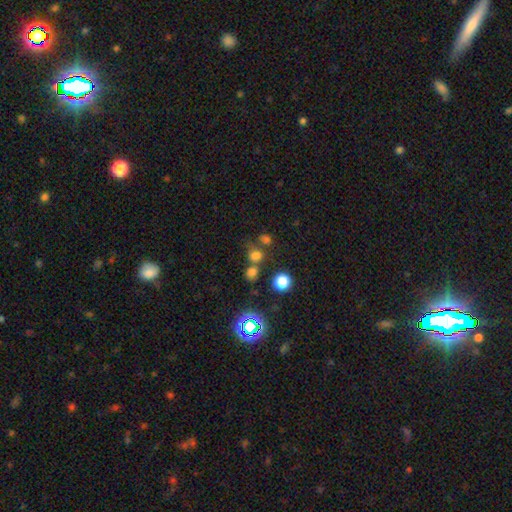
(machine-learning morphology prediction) This appears to be a smooth galaxy with no disk features (64%) that is round (65%). Merging: none (54%).